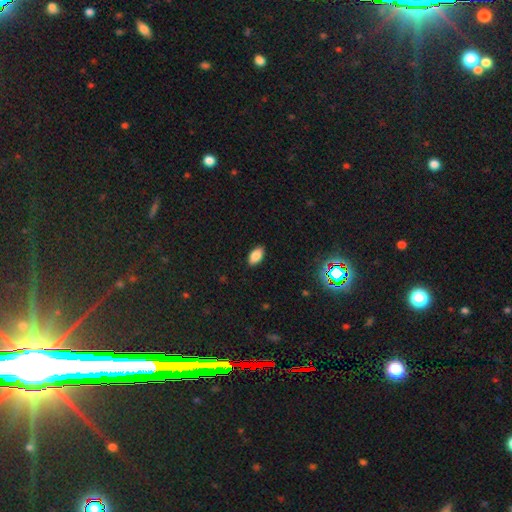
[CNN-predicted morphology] smooth 84%, star or artifact 9%, featured or disk 6%. Down the decision tree: how rounded — in between (93%); merging — none (88%).